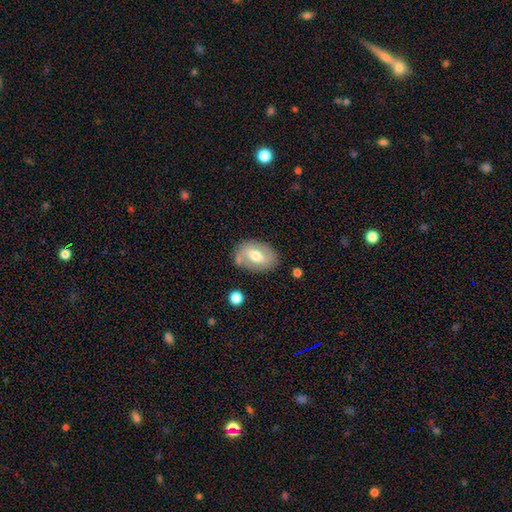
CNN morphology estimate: Smooth or featured? smooth (47%)
Merging? none (73%)